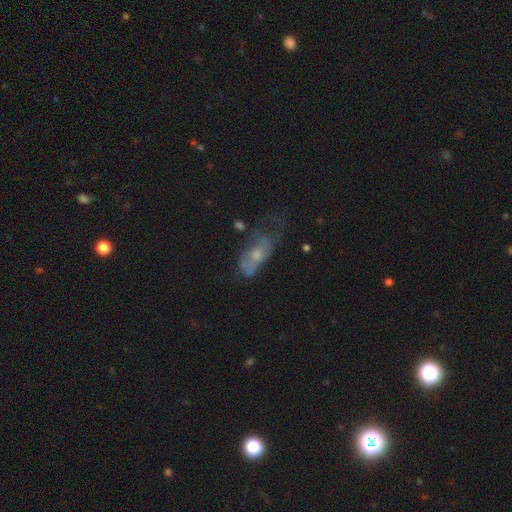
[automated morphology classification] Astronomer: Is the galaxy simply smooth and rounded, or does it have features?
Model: featured or disk — 51% (runner-up: smooth, 37%).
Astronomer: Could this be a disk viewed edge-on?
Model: no — 88%.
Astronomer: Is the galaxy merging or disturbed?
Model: major disturbance — 37% (runner-up: none, 30%).